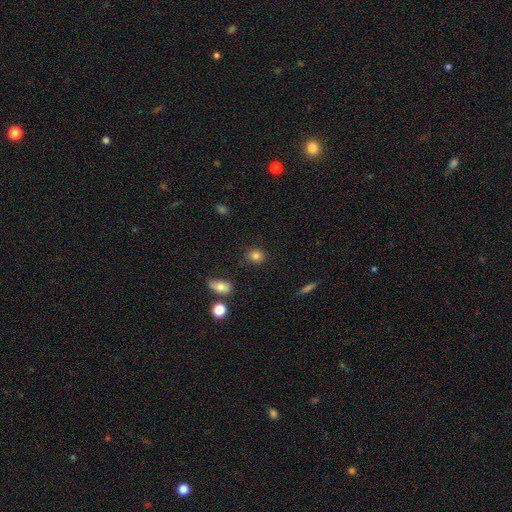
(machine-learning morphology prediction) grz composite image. It shows a smooth galaxy with no disk features (83%) that is round (63%). Merging: none (85%).